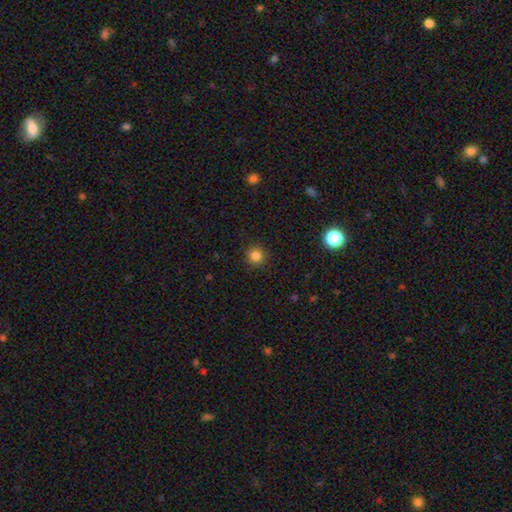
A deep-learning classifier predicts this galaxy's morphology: type=smooth (83%); roundness=round (94%); merging=none (91%).